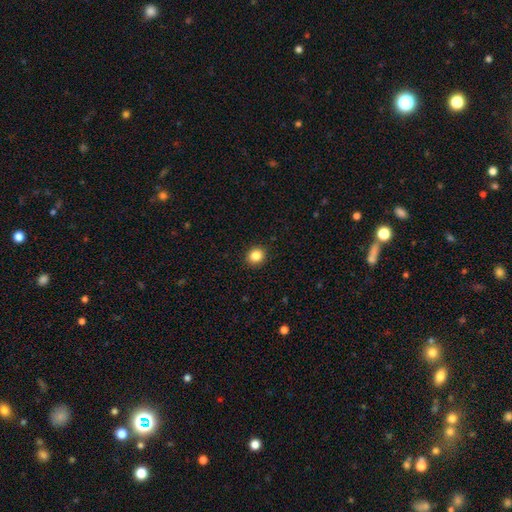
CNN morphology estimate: The model was most divided on "how rounded": round: 79%, in between: 20%, cigar-shaped: 1%. More confident: merging — none (92%); smooth or featured — smooth (85%).